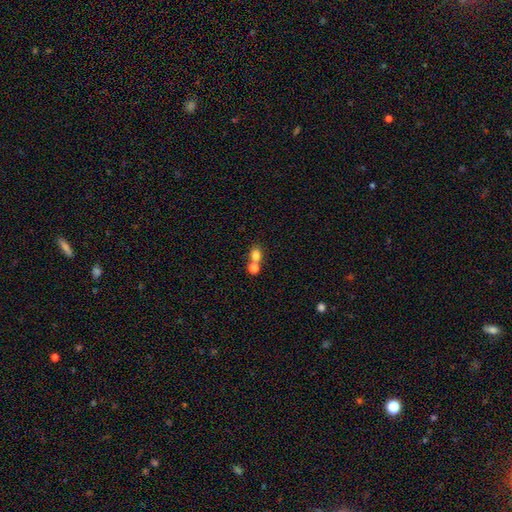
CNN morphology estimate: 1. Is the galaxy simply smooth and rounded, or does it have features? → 79% smooth, 12% star or artifact, 9% featured or disk.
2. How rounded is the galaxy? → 56% round, 43% in between, 1% cigar-shaped.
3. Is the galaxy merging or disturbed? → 50% merger, 40% none, 7% minor disturbance, 3% major disturbance.